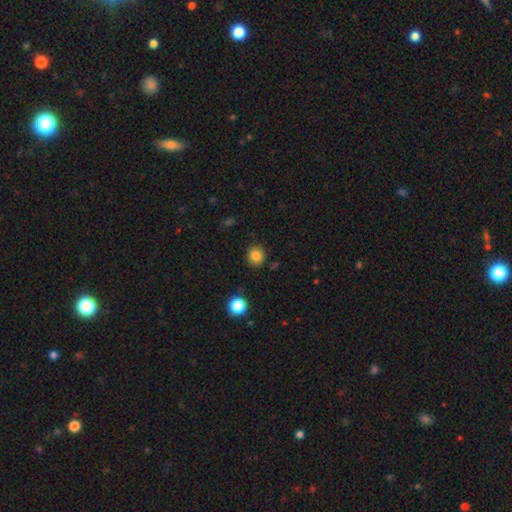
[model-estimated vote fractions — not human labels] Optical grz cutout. It shows a smooth galaxy with no disk features (83%) that is round (89%). Merging: none (88%).